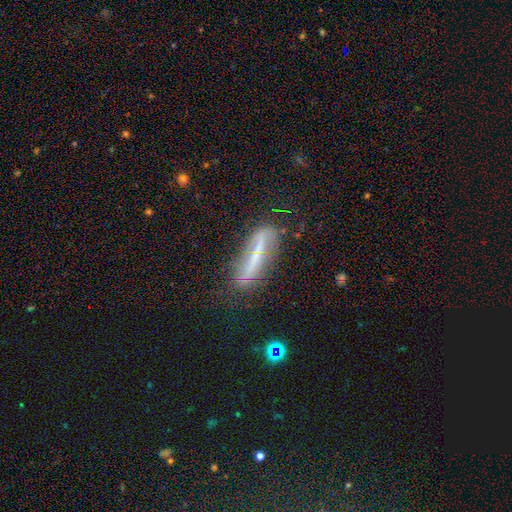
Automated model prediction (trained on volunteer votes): Q: Smooth or featured?
A: featured or disk (59%); runner-up: smooth (30%)
Q: Edge-on disk?
A: yes (54%); runner-up: no (46%)
Q: Merging?
A: none (65%); runner-up: minor disturbance (21%)